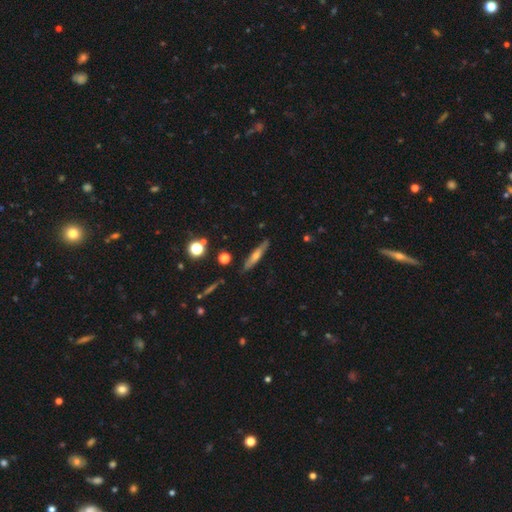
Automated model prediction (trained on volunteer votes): A featured or disk galaxy (53%) viewed edge-on (89%).

Vote fractions:
- Smooth or featured? featured or disk: 53% / smooth: 37% / star or artifact: 10%
- Edge-on disk? yes: 89% / no: 11%
- Merging? none: 85% / minor disturbance: 10% / major disturbance: 2% / merger: 2%